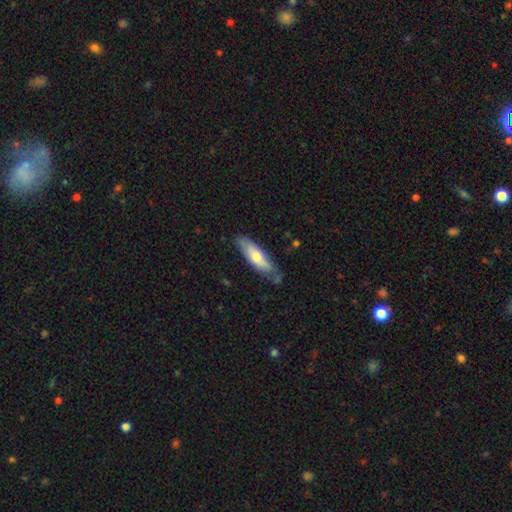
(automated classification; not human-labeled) This is possibly a smooth galaxy (59%). How rounded: possibly cigar-shaped (54%). Merging: likely none (68%).